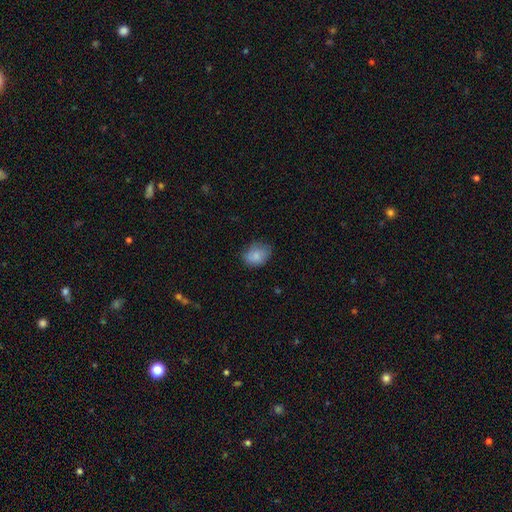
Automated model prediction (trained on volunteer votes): Smooth or featured? Predicted: smooth (p=0.84). How rounded? Predicted: in between (p=0.59). Merging? Predicted: none (p=0.69).